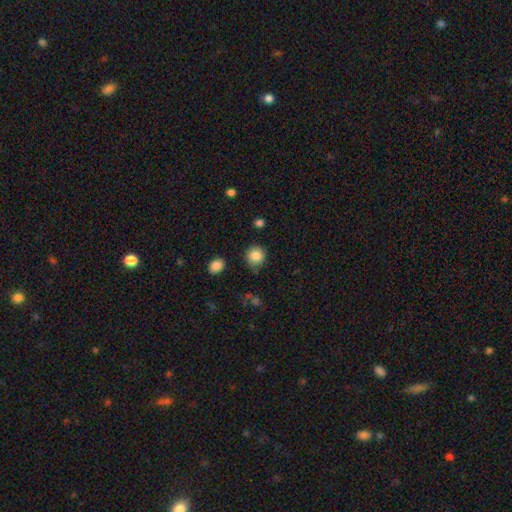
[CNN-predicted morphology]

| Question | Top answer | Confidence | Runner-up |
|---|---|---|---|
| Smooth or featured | smooth | 85% | star or artifact (9%) |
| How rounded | round | 86% | in between (13%) |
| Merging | none | 77% | minor disturbance (17%) |